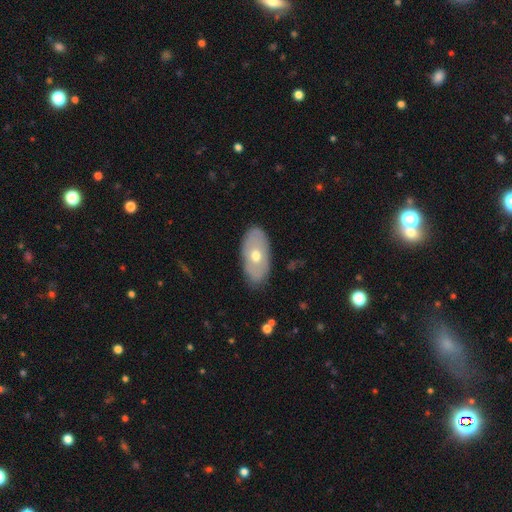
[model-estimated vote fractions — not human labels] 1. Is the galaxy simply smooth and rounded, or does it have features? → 52% smooth, 42% featured or disk, 6% star or artifact.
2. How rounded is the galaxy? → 92% in between, 5% round, 3% cigar-shaped.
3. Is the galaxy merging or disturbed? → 84% none, 12% minor disturbance, 3% major disturbance, 1% merger.